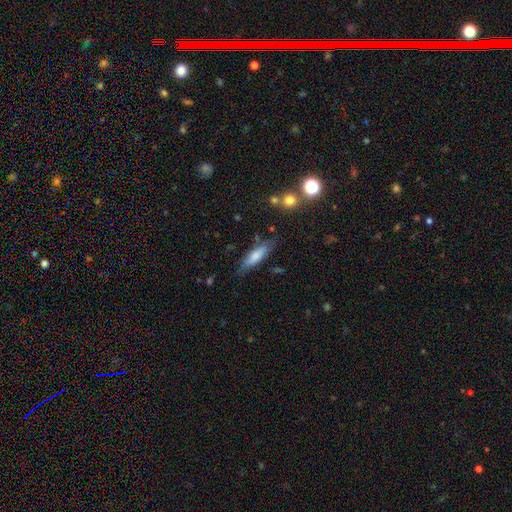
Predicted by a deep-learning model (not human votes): Smooth or featured?
  - smooth: 71% *
  - featured or disk: 22%
  - star or artifact: 7%
How rounded?
  - cigar-shaped: 60% *
  - in between: 39%
  - round: 2%
Merging?
  - none: 76% *
  - minor disturbance: 17%
  - major disturbance: 4%
  - merger: 3%